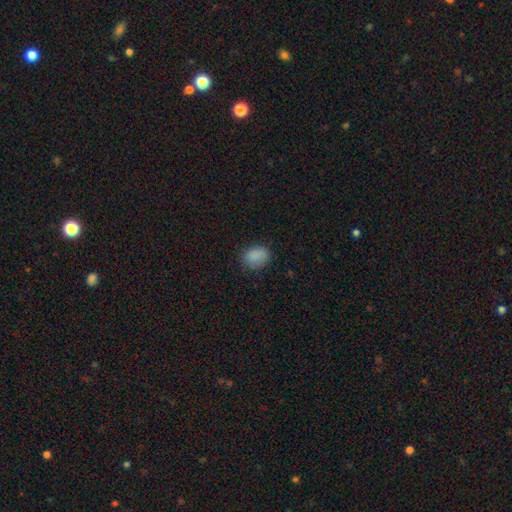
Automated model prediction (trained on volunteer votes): Smooth or featured?
  - smooth: 85% *
  - star or artifact: 10%
  - featured or disk: 4%
How rounded?
  - in between: 65% *
  - round: 34%
  - cigar-shaped: 1%
Merging?
  - none: 79% *
  - minor disturbance: 16%
  - major disturbance: 4%
  - merger: 1%